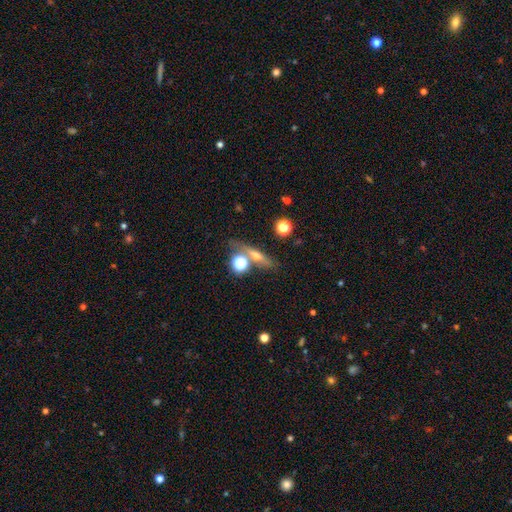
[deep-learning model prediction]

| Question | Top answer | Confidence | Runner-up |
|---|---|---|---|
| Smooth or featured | smooth | 44% | featured or disk (41%) |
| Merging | none | 67% | merger (14%) |